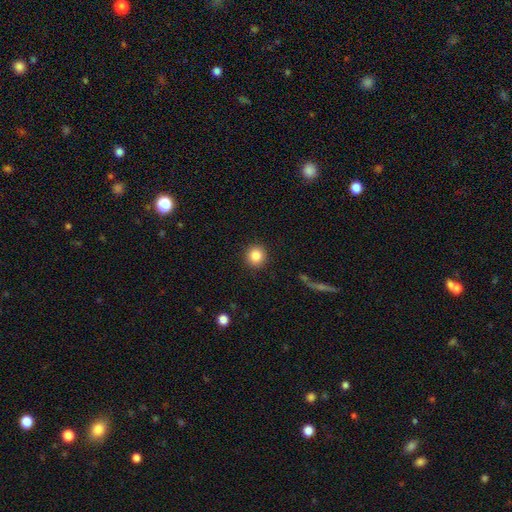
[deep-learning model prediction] Smooth or featured? smooth (84%)
How rounded? round (91%)
Merging? none (91%)